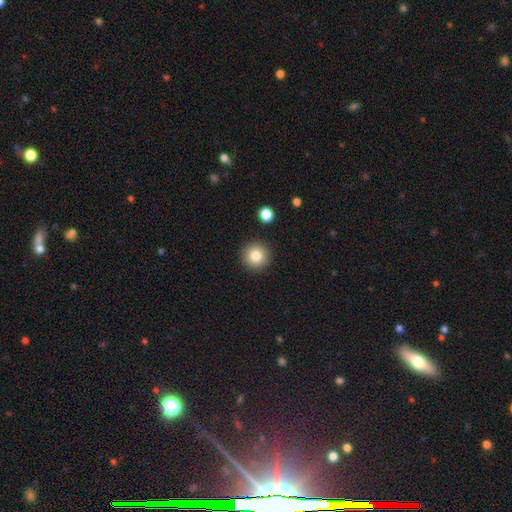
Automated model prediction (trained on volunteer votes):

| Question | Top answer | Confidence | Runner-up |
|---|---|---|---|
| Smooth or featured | smooth | 82% | star or artifact (10%) |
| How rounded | round | 95% | in between (4%) |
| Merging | none | 90% | minor disturbance (6%) |